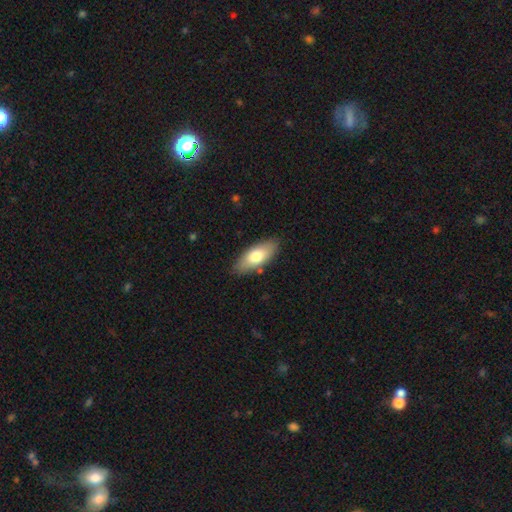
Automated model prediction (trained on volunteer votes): A smooth galaxy with no disk features (70%) that is in between round and cigar-shaped (79%). Merging: none (88%).